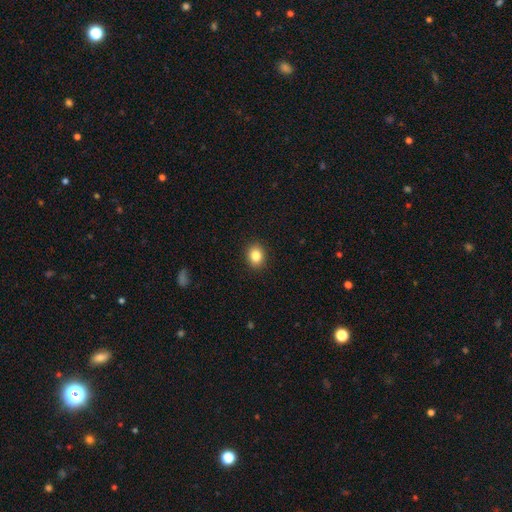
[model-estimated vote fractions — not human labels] This appears to be a smooth galaxy with no disk features (84%) that is round (61%). Merging: none (91%).